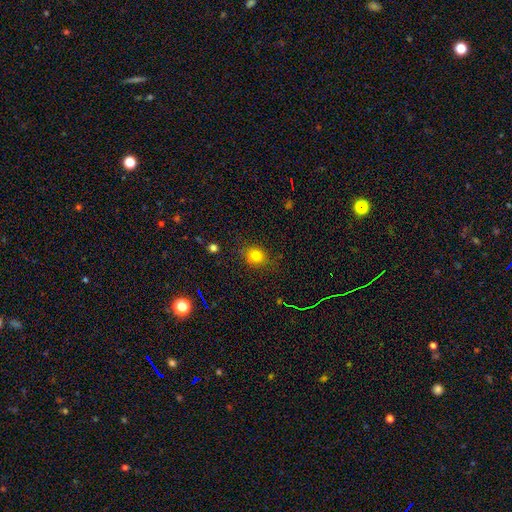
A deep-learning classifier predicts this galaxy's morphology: Smooth or featured? Predicted: smooth (p=0.79). How rounded? Predicted: round (p=0.68). Merging? Predicted: none (p=0.81).